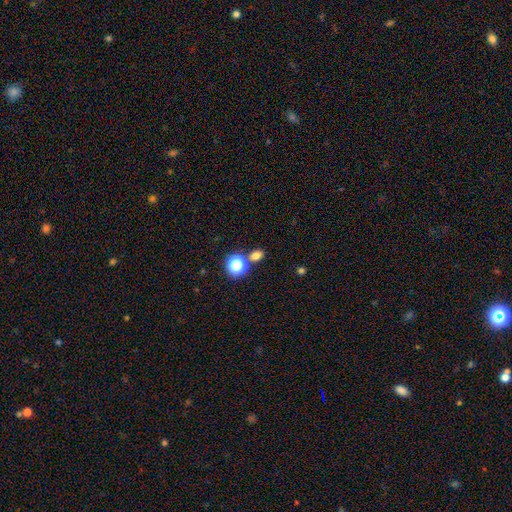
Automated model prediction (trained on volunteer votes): smooth-or-featured: smooth: 73% | star or artifact: 21% | featured or disk: 6%
  how-rounded: in between: 52% | round: 46% | cigar-shaped: 2%
  merging: none: 70% | merger: 16% | minor disturbance: 10% | major disturbance: 3%